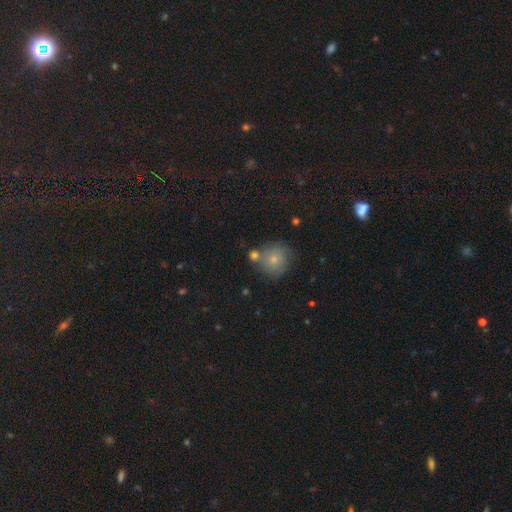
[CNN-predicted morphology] smooth_or_featured: smooth (p=0.60) [alt: star or artifact p=0.24]
how_rounded: round (p=0.90) [alt: in between p=0.09]
merging: none (p=0.72) [alt: merger p=0.13]